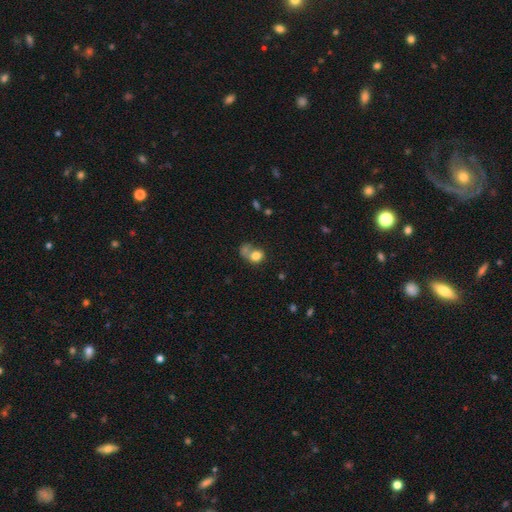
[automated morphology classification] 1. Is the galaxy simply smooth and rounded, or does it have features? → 76% smooth, 15% featured or disk, 10% star or artifact.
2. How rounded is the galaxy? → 59% round, 39% in between, 1% cigar-shaped.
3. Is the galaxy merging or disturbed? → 38% merger, 29% none, 19% major disturbance, 14% minor disturbance.